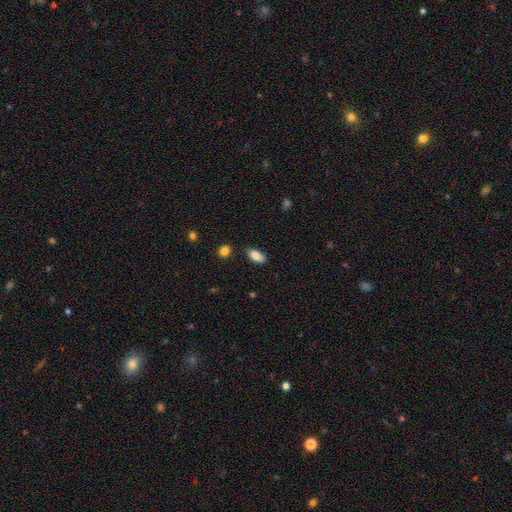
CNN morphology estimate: The model was most divided on "merging": none: 82%, minor disturbance: 14%, major disturbance: 2%, merger: 2%. More confident: how rounded — in between (89%); smooth or featured — smooth (85%).